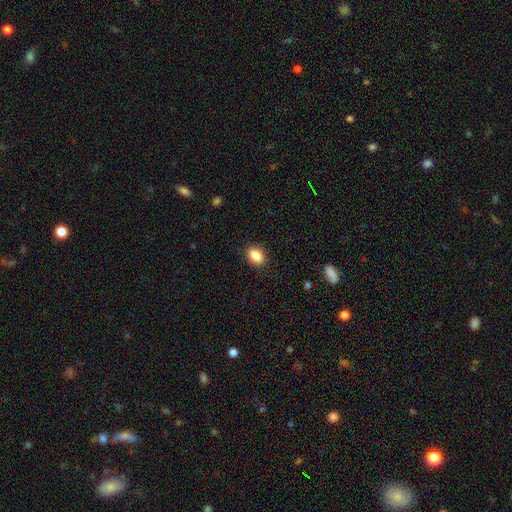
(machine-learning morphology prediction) smooth_or_featured: smooth (p=0.86) [alt: star or artifact p=0.09]
how_rounded: in between (p=0.80) [alt: round p=0.19]
merging: none (p=0.89) [alt: minor disturbance p=0.08]